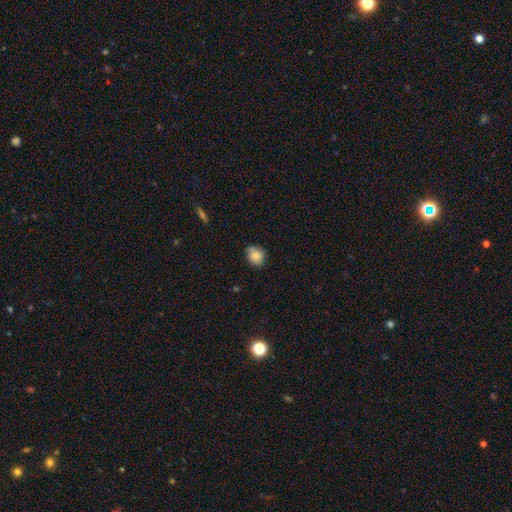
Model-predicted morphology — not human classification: Smooth or featured? Predicted: smooth (p=0.77). How rounded? Predicted: round (p=0.58). Merging? Predicted: none (p=0.66).